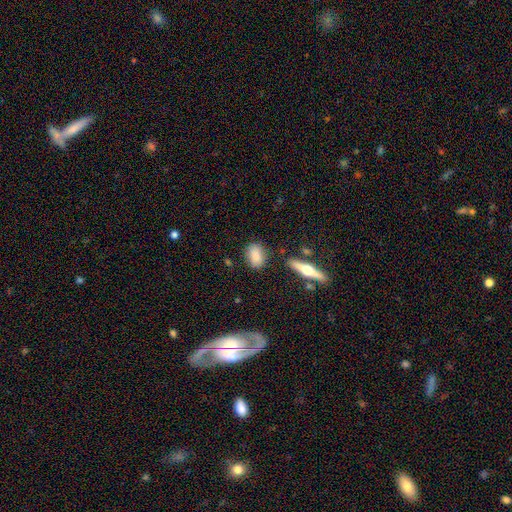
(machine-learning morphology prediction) A smooth galaxy with no disk features (82%) that is in between round and cigar-shaped (80%). Merging: none (80%).